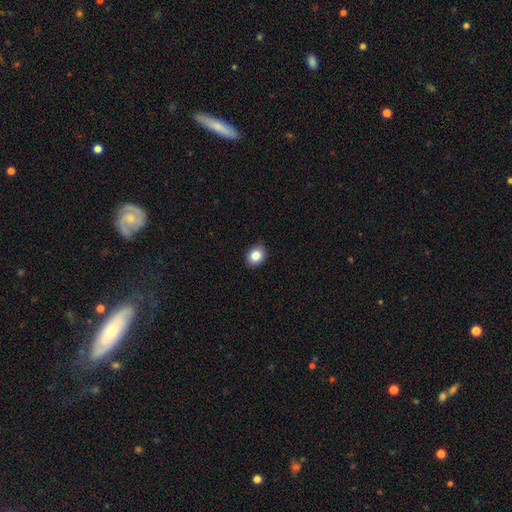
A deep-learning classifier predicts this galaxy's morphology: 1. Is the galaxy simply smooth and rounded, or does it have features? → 86% smooth, 9% star or artifact, 5% featured or disk.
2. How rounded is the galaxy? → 53% round, 46% in between, 1% cigar-shaped.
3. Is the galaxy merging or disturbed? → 85% none, 11% minor disturbance, 2% major disturbance, 1% merger.